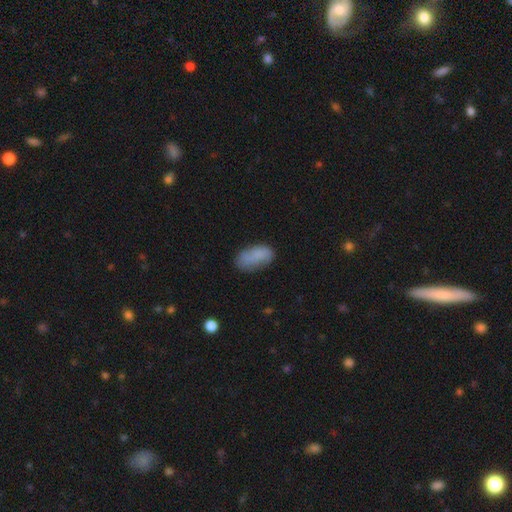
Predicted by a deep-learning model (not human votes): Smooth or featured? Predicted: smooth (p=0.79). How rounded? Predicted: in between (p=0.92). Merging? Predicted: none (p=0.65).